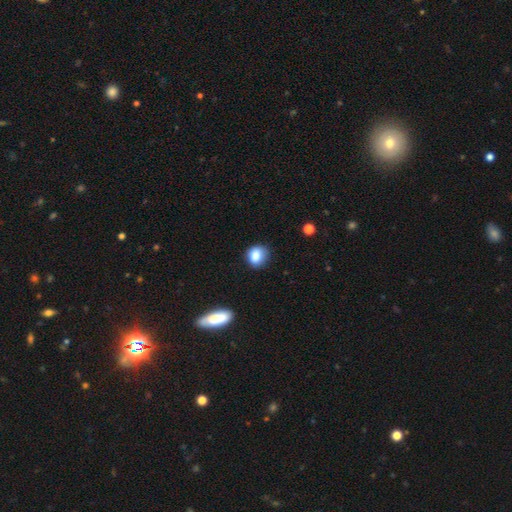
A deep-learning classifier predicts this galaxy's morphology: smooth_or_featured: smooth (p=0.85) [alt: star or artifact p=0.09]
how_rounded: round (p=0.63) [alt: in between p=0.36]
merging: none (p=0.75) [alt: minor disturbance p=0.19]